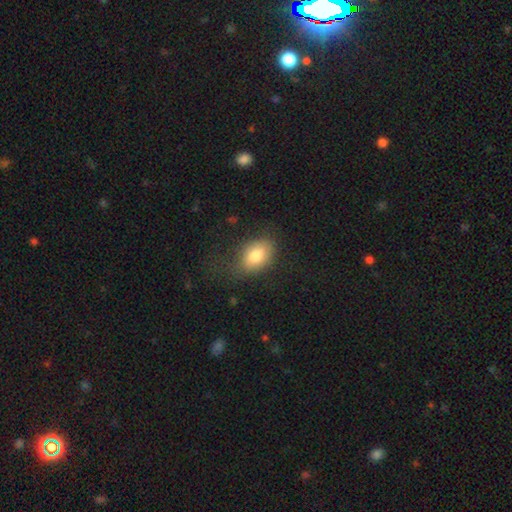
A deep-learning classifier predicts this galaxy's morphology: Smooth or featured? Predicted: smooth (p=0.81). How rounded? Predicted: in between (p=0.86). Merging? Predicted: none (p=0.63).